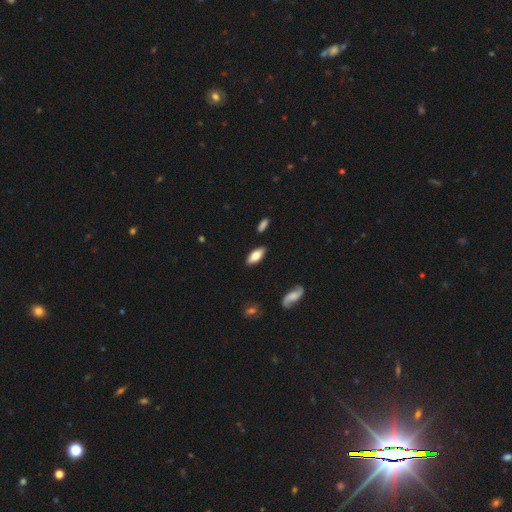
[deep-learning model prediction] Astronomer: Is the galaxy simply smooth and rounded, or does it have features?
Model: smooth — 75%.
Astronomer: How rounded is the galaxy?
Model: in between — 85%.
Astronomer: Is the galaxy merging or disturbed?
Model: none — 85%.